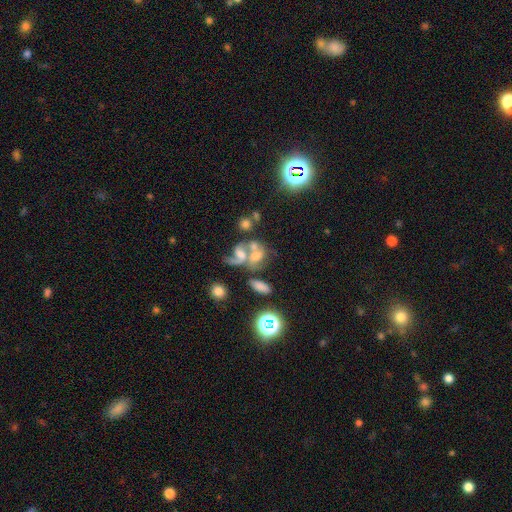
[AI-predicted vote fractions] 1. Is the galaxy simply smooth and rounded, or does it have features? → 47% featured or disk, 36% smooth, 17% star or artifact.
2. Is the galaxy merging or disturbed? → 59% merger, 18% none, 14% major disturbance, 9% minor disturbance.